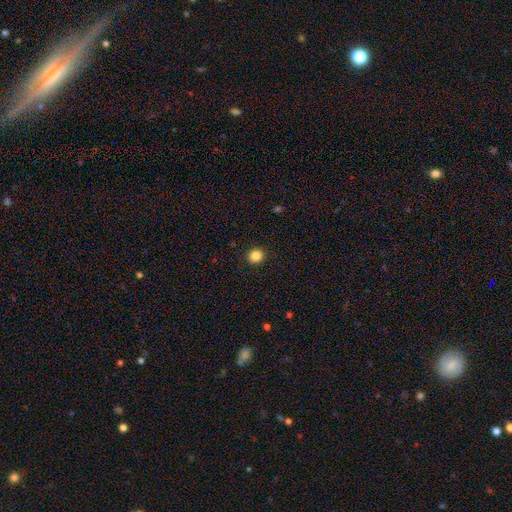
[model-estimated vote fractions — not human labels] smooth 85%, star or artifact 11%, featured or disk 4%. Down the decision tree: how rounded — round (90%); merging — none (93%).